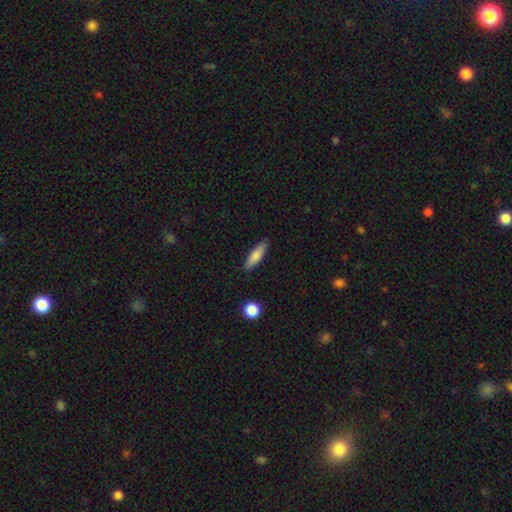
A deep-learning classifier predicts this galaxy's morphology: The model was most divided on "how rounded": cigar-shaped: 62%, in between: 36%, round: 2%. More confident: merging — none (85%); smooth or featured — smooth (78%).